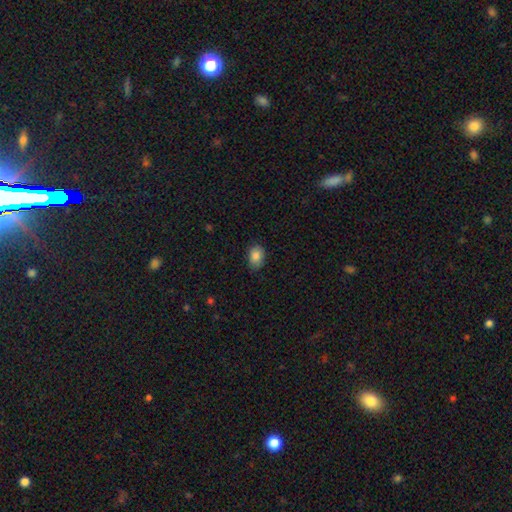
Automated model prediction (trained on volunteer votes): The model was most divided on "how rounded": in between: 77%, round: 22%, cigar-shaped: 1%. More confident: smooth or featured — smooth (86%); merging — none (78%).